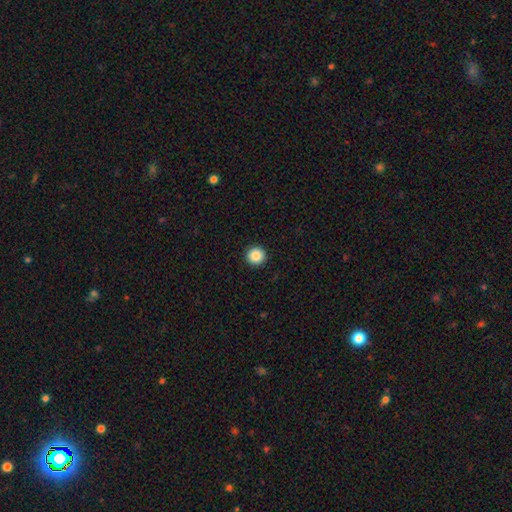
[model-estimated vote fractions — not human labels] This appears to be a smooth galaxy with no disk features (87%) that is round (95%). Merging: none (94%).